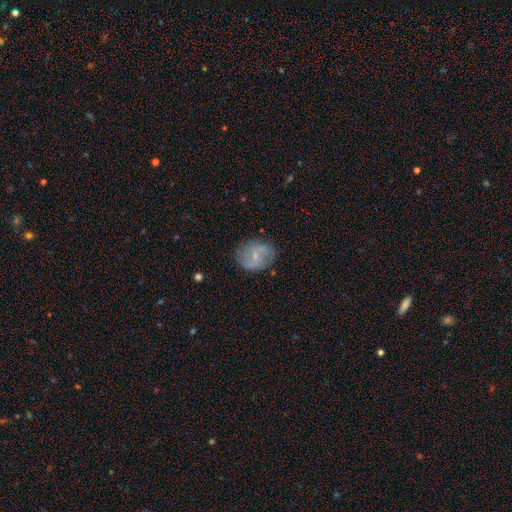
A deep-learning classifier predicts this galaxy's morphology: A featured or disk galaxy (68%) with a weak bar (48%), 2 (82%) loose (42%) spiral arms (86%) and a small central bulge (71%). Merging: none (78%).